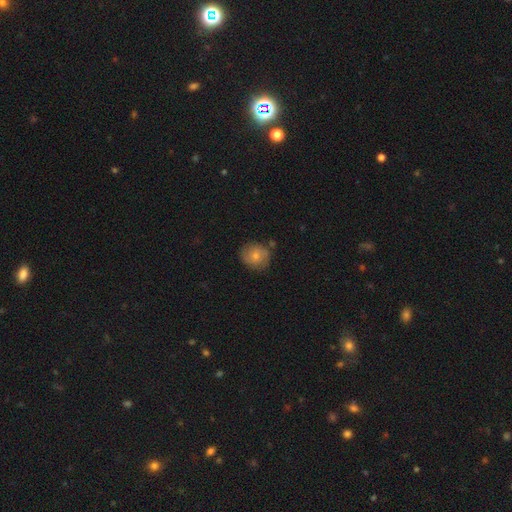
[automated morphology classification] This appears to be a smooth galaxy with no disk features (62%) that is round (83%). Merging: none (76%).